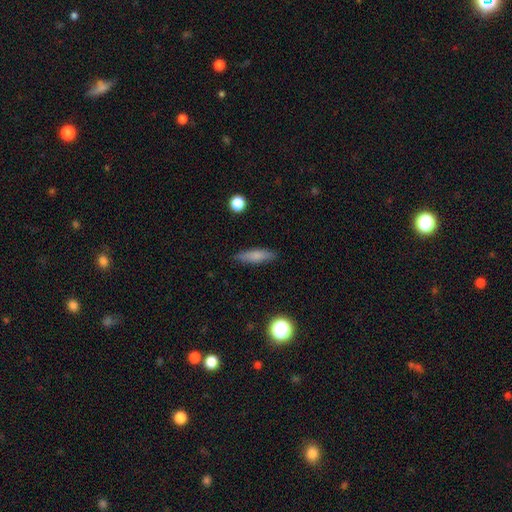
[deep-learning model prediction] smooth-or-featured: smooth: 75% | featured or disk: 17% | star or artifact: 8%
  how-rounded: cigar-shaped: 62% | in between: 35% | round: 3%
  merging: none: 86% | minor disturbance: 10% | major disturbance: 2% | merger: 1%